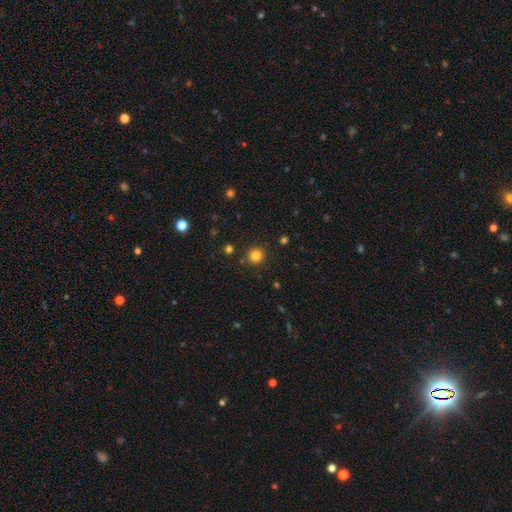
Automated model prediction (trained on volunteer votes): The model was most divided on "smooth or featured": smooth: 82%, star or artifact: 14%, featured or disk: 5%. More confident: how rounded — round (92%); merging — none (89%).